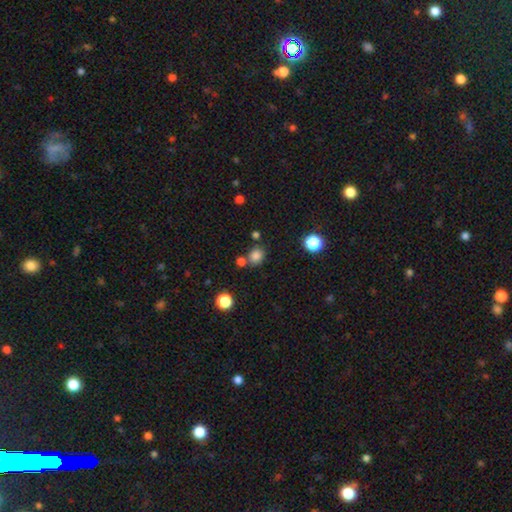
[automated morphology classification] smooth_or_featured: smooth (p=0.81) [alt: star or artifact p=0.14]
how_rounded: round (p=0.72) [alt: in between p=0.27]
merging: none (p=0.69) [alt: merger p=0.16]